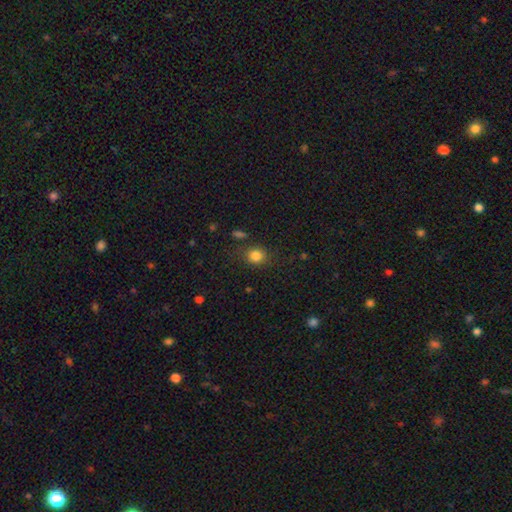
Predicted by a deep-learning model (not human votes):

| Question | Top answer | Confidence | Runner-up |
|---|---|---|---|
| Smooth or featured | smooth | 83% | star or artifact (12%) |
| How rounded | round | 78% | in between (21%) |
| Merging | none | 79% | minor disturbance (13%) |